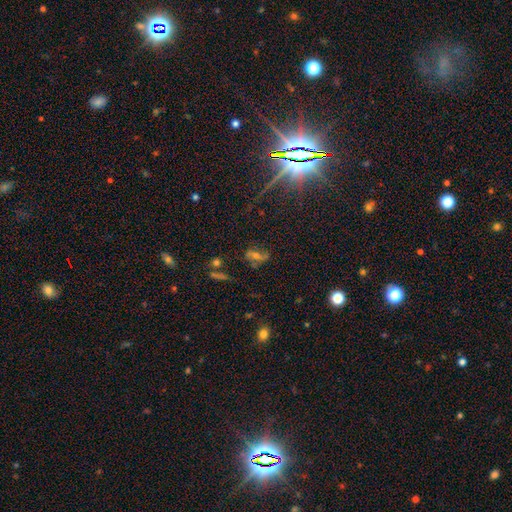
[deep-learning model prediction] Q: Smooth or featured?
A: star or artifact (39%); runner-up: featured or disk (35%)